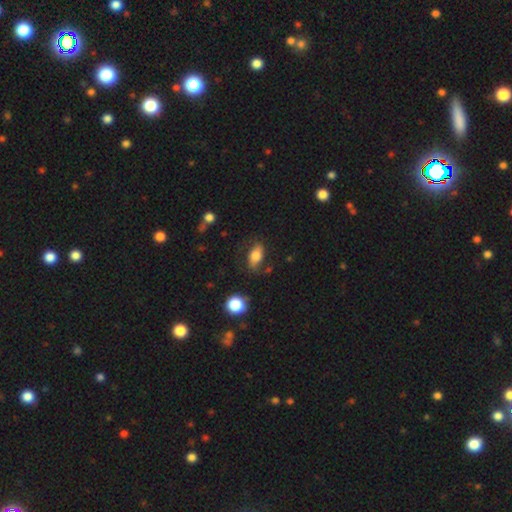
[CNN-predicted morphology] Q: Smooth or featured?
A: smooth (68%); runner-up: featured or disk (23%)
Q: How rounded?
A: in between (85%); runner-up: round (9%)
Q: Merging?
A: none (69%); runner-up: minor disturbance (21%)